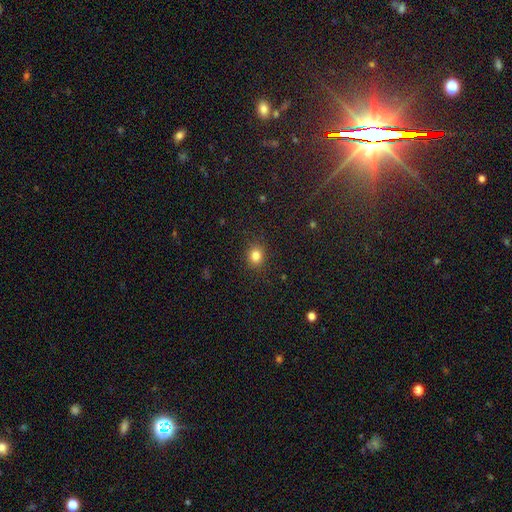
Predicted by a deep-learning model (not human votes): smooth_or_featured: smooth (p=0.83) [alt: star or artifact p=0.12]
how_rounded: round (p=0.67) [alt: in between p=0.32]
merging: none (p=0.88) [alt: minor disturbance p=0.08]